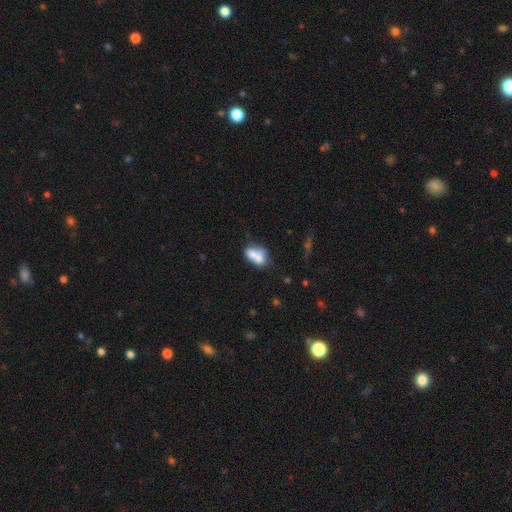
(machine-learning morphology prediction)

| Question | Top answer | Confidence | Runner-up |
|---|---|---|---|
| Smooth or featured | smooth | 65% | featured or disk (26%) |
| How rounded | in between | 75% | round (21%) |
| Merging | merger | 61% | none (22%) |